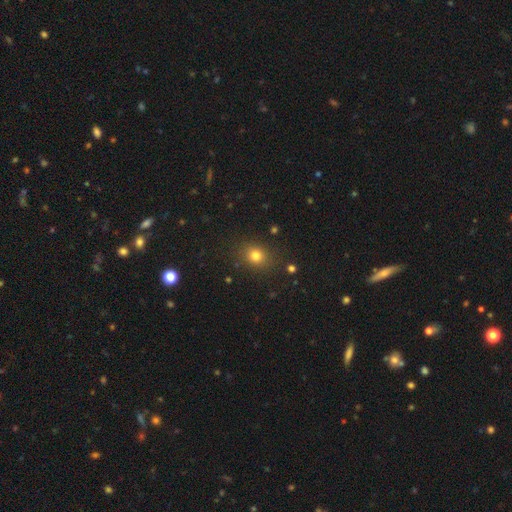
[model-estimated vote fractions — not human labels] A smooth galaxy with no disk features (79%) that is round (66%).

Vote fractions:
- Smooth or featured? smooth: 79% / star or artifact: 15% / featured or disk: 7%
- How rounded? round: 66% / in between: 33% / cigar-shaped: 1%
- Merging? none: 86% / minor disturbance: 9% / major disturbance: 3% / merger: 2%